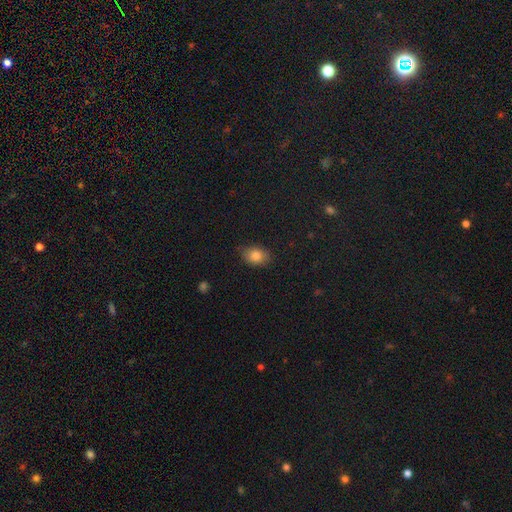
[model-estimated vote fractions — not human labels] smooth-or-featured: smooth: 84% | star or artifact: 9% | featured or disk: 7%
  how-rounded: in between: 73% | round: 26% | cigar-shaped: 1%
  merging: none: 78% | minor disturbance: 17% | major disturbance: 3% | merger: 1%